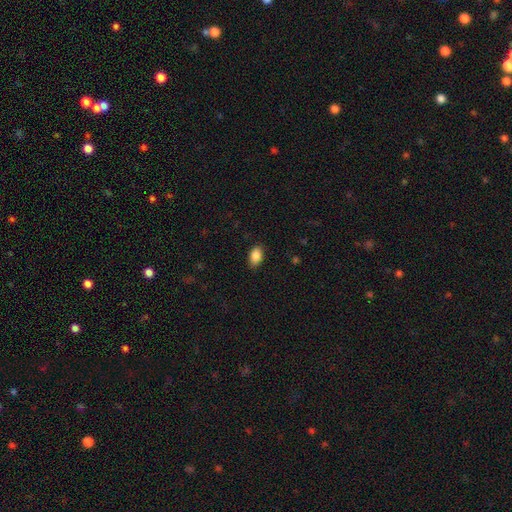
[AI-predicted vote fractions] This appears to be a smooth galaxy with no disk features (88%) that is in between round and cigar-shaped (89%). Merging: none (86%).